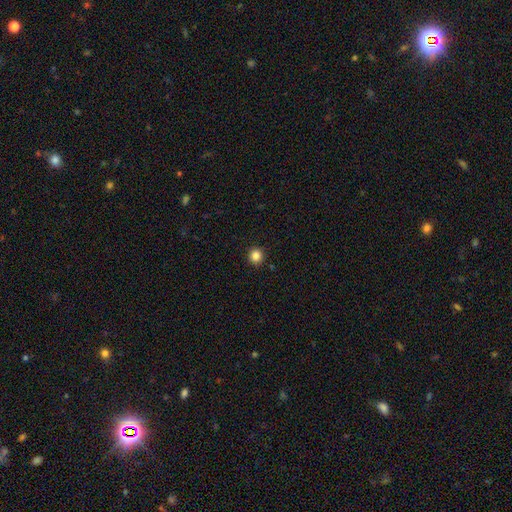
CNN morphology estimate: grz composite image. It shows a smooth galaxy with no disk features (85%) that is round (93%). Merging: none (92%).